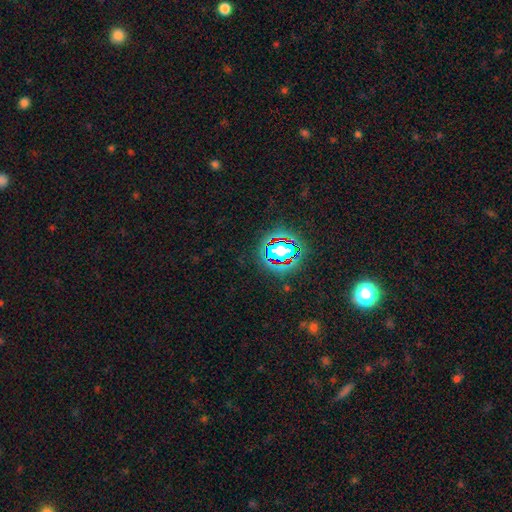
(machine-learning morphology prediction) Smooth or featured? Predicted: star or artifact (p=0.76).